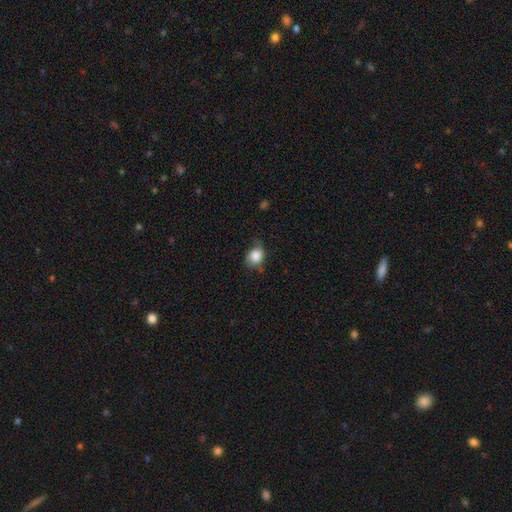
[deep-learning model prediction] This is clearly a smooth galaxy (80%). How rounded: possibly round (51%). Merging: marginally none (42%).